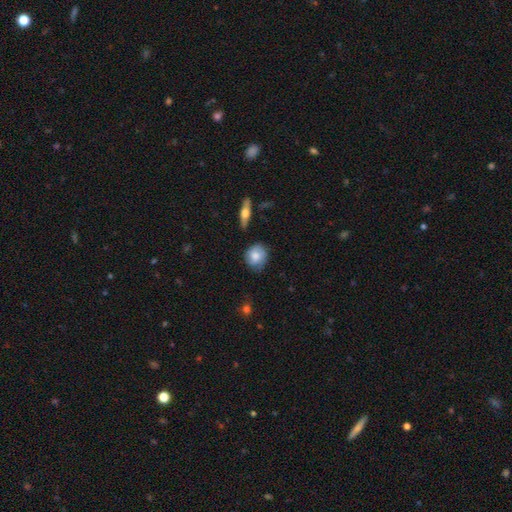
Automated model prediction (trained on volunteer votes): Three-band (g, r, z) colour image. It shows a smooth galaxy with no disk features (69%) that is round (73%). Merging: none (72%).